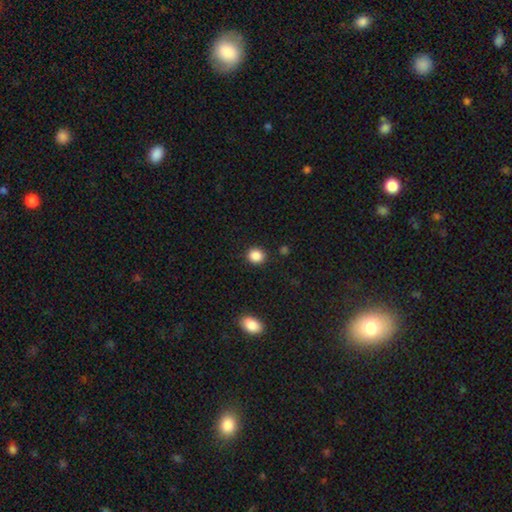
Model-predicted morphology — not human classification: The model was most divided on "how rounded": round: 79%, in between: 21%, cigar-shaped: 1%. More confident: merging — none (88%); smooth or featured — smooth (88%).